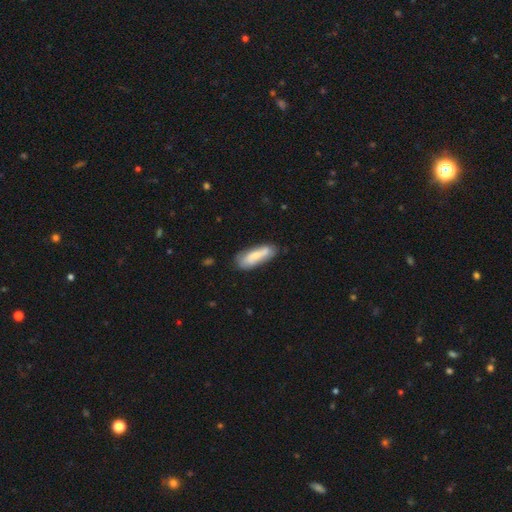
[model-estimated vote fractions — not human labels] Overall: smooth (67%; featured or disk 27%). How rounded: in between (54%; cigar-shaped 44%). Merging: none (67%).